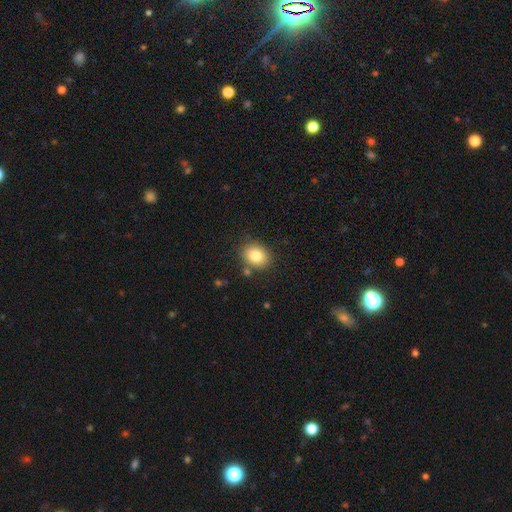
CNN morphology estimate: Smooth or featured?
  - smooth: 82% *
  - star or artifact: 10%
  - featured or disk: 8%
How rounded?
  - round: 52% *
  - in between: 47%
  - cigar-shaped: 1%
Merging?
  - none: 82% *
  - minor disturbance: 11%
  - merger: 4%
  - major disturbance: 3%